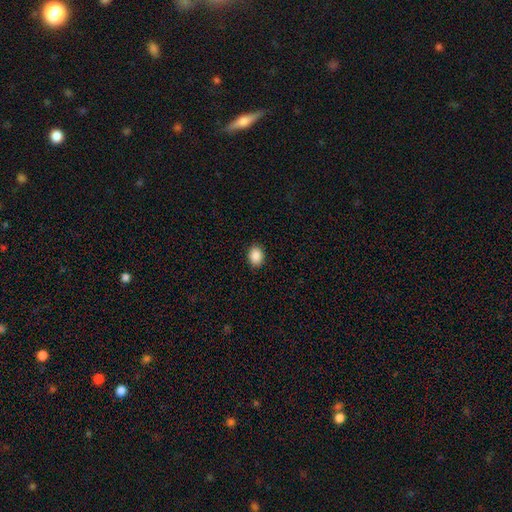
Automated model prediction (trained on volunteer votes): This appears to be a smooth galaxy with no disk features (89%) that is in between round and cigar-shaped (65%). Merging: none (90%).